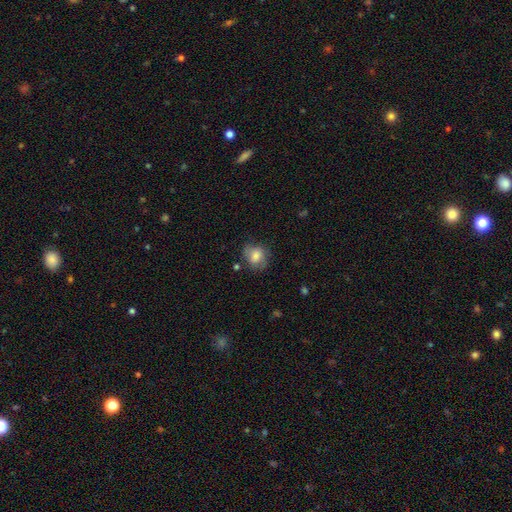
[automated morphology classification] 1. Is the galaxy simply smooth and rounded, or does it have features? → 72% smooth, 19% featured or disk, 9% star or artifact.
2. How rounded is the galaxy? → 61% round, 38% in between, 1% cigar-shaped.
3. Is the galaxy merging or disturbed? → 63% none, 25% minor disturbance, 9% major disturbance, 3% merger.